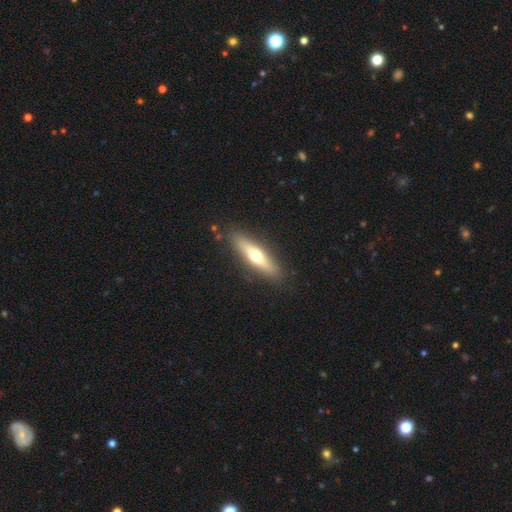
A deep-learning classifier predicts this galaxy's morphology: A smooth galaxy with no disk features (48%). Merging: none (87%).